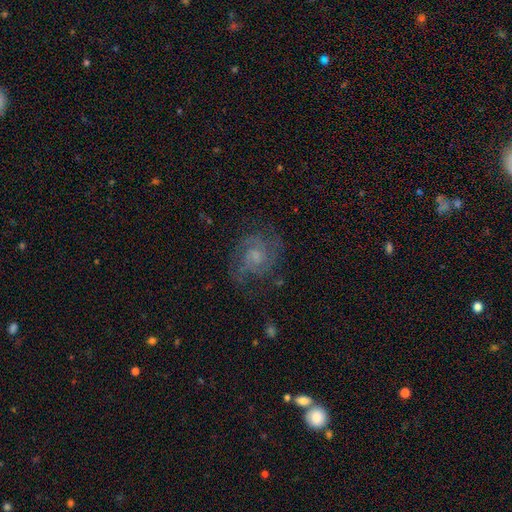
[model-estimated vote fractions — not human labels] A featured or disk galaxy (71%) with no bar (63%), 2 (55%) medium (46%) spiral arms (92%) and a small central bulge (39%). Merging: none (68%).